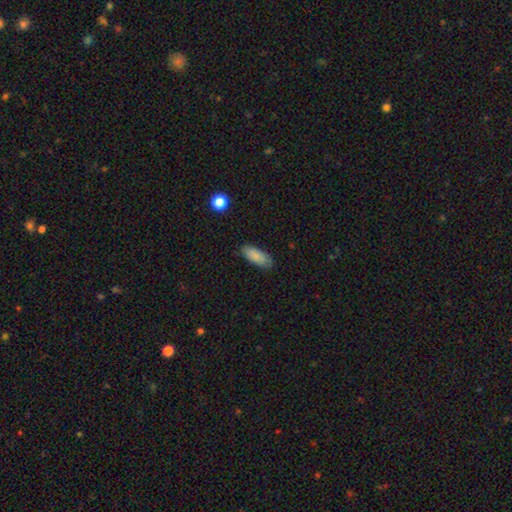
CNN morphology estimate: Overall: smooth (86%). How rounded: in between (77%). Merging: none (83%).